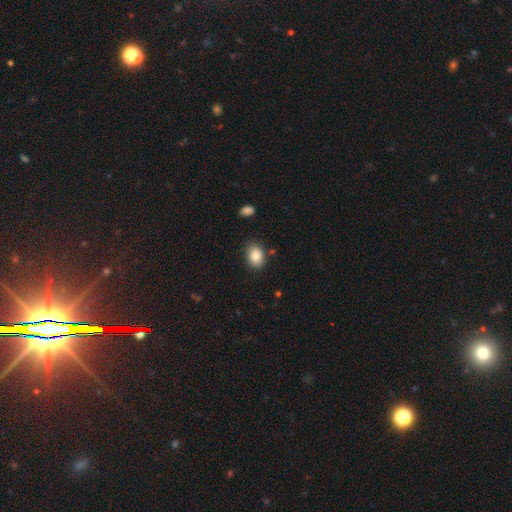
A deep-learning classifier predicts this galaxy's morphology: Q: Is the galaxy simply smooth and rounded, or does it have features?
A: smooth — 85%.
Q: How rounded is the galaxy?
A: in between — 74%.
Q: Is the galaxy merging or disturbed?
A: none — 83%.